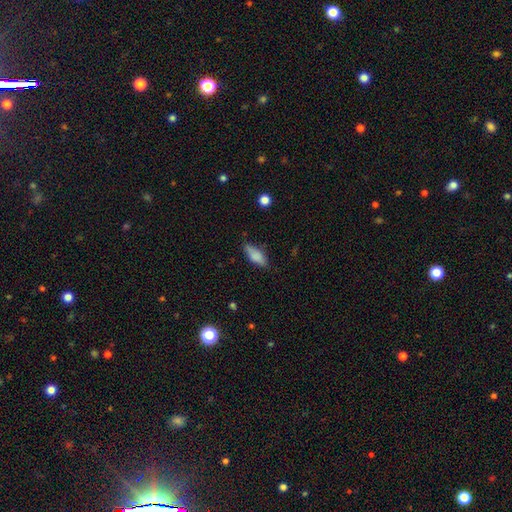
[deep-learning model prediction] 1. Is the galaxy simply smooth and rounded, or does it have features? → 81% smooth, 11% featured or disk, 7% star or artifact.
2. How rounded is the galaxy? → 73% in between, 25% cigar-shaped, 2% round.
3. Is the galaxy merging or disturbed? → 74% none, 20% minor disturbance, 4% major disturbance, 2% merger.